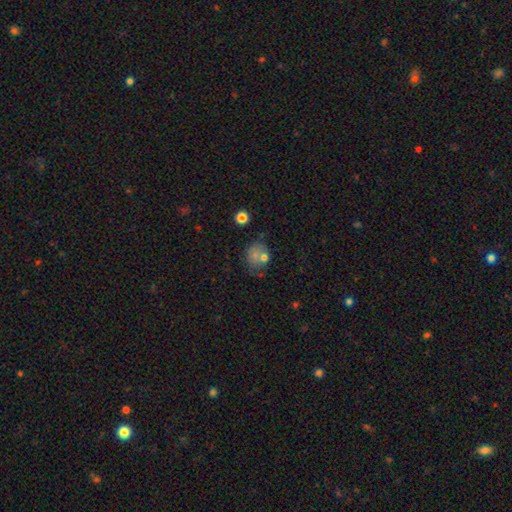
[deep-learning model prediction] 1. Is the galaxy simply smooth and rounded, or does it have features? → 59% smooth, 24% star or artifact, 17% featured or disk.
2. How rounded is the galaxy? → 70% round, 28% in between, 1% cigar-shaped.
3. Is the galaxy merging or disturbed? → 60% none, 19% minor disturbance, 12% merger, 9% major disturbance.